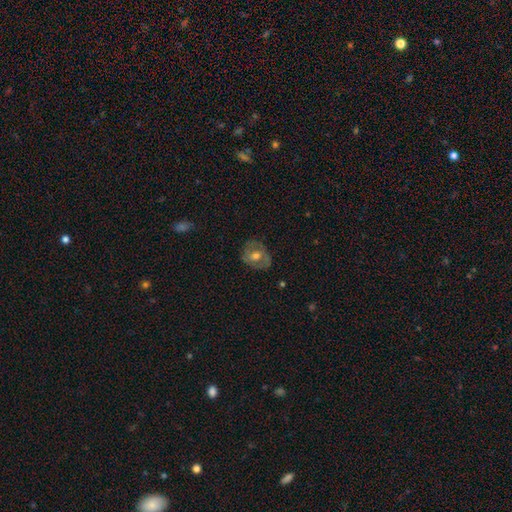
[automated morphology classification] Smooth or featured?
  - featured or disk: 50% *
  - smooth: 42%
  - star or artifact: 8%
Merging?
  - none: 72% *
  - minor disturbance: 20%
  - major disturbance: 7%
  - merger: 1%